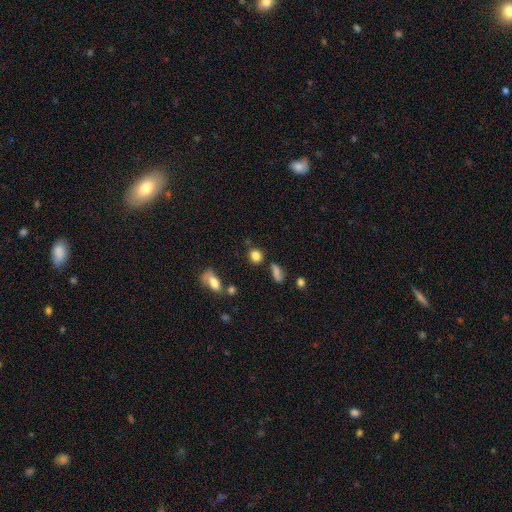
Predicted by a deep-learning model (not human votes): smooth 82%, star or artifact 12%, featured or disk 6%. Down the decision tree: how rounded — round (74%); merging — none (72%).